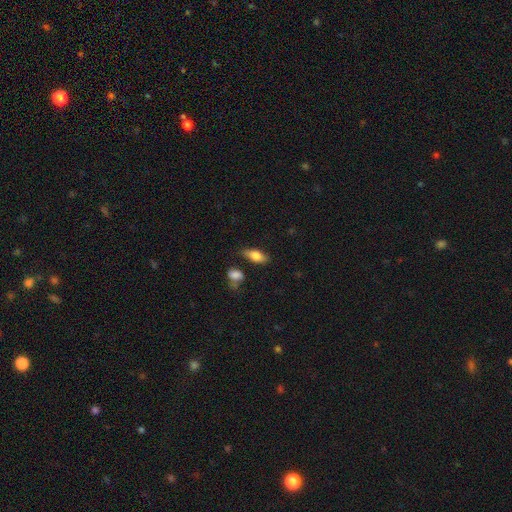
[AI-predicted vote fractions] This appears to be a smooth galaxy with no disk features (72%) that is in between round and cigar-shaped (81%). Merging: none (71%).